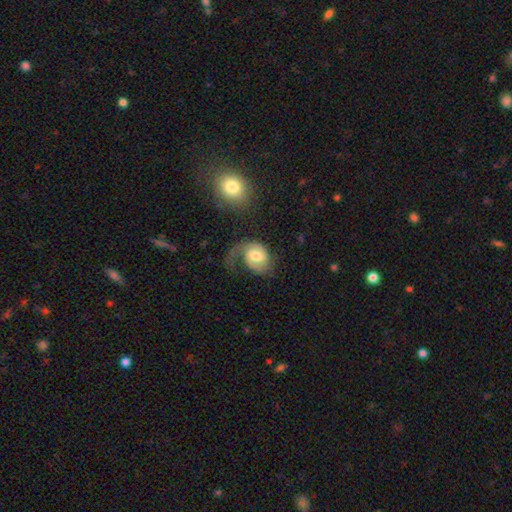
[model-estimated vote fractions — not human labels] smooth_or_featured: featured or disk (p=0.71) [alt: smooth p=0.23]
disk_edge_on: no (p=0.97) [alt: yes p=0.03]
bar: no (p=0.46) [alt: weak p=0.44]
has_spiral_arms: yes (p=0.92) [alt: no p=0.08]
spiral_winding: medium (p=0.42) [alt: loose p=0.32]
spiral_arm_count: 2 (p=0.48) [alt: 1 p=0.44]
bulge_size: moderate (p=0.62) [alt: large p=0.19]
merging: major disturbance (p=0.39) [alt: none p=0.36]